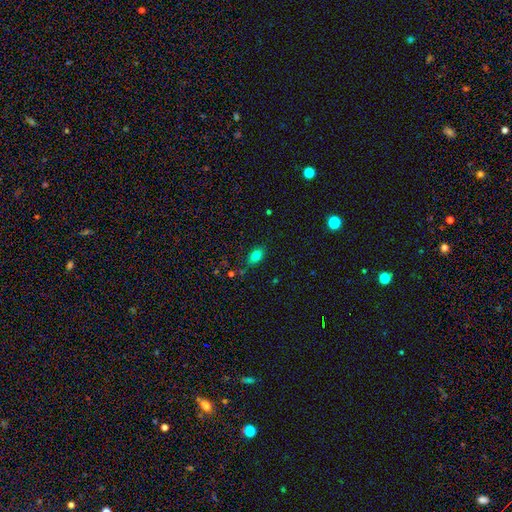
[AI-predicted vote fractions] Q: Smooth or featured?
A: smooth (80%); runner-up: star or artifact (11%)
Q: How rounded?
A: in between (85%); runner-up: round (11%)
Q: Merging?
A: none (80%); runner-up: minor disturbance (14%)